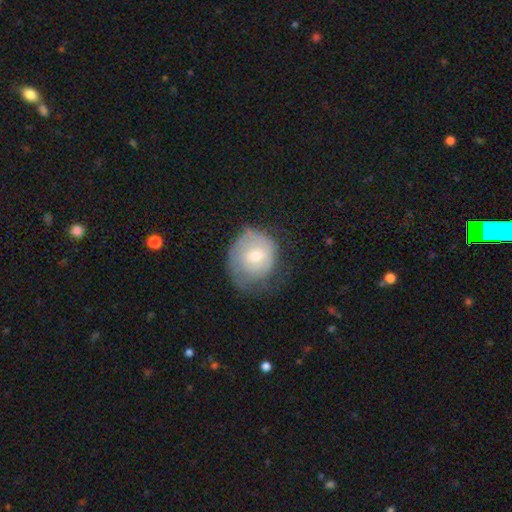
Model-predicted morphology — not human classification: smooth-or-featured: smooth: 60% | featured or disk: 32% | star or artifact: 8%
  how-rounded: round: 72% | in between: 27% | cigar-shaped: 1%
  merging: none: 40% | minor disturbance: 35% | major disturbance: 23% | merger: 2%